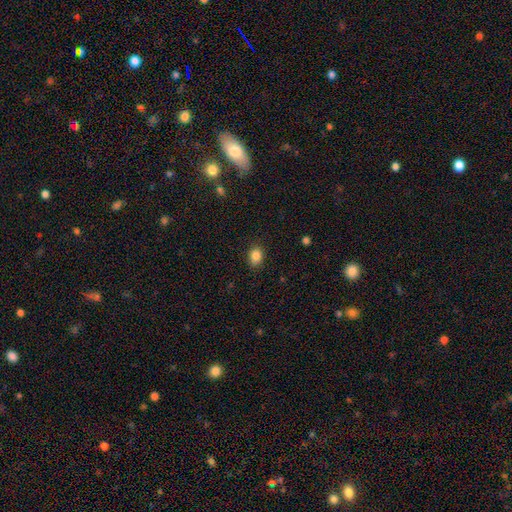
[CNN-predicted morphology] smooth-or-featured: smooth: 86% | star or artifact: 10% | featured or disk: 4%
  how-rounded: in between: 60% | round: 39% | cigar-shaped: 1%
  merging: none: 85% | minor disturbance: 11% | major disturbance: 3% | merger: 1%